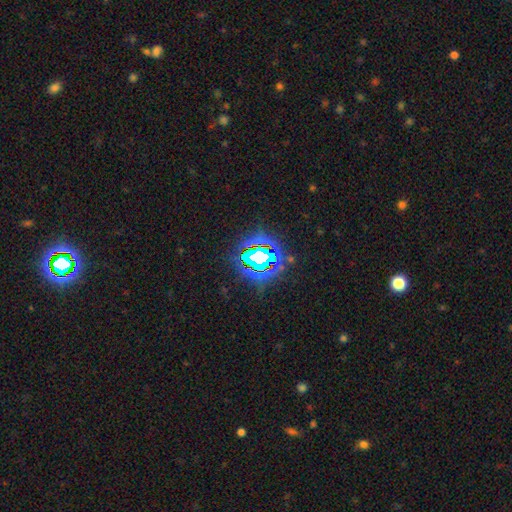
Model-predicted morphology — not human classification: smooth-or-featured: star or artifact: 73% | smooth: 15% | featured or disk: 12%